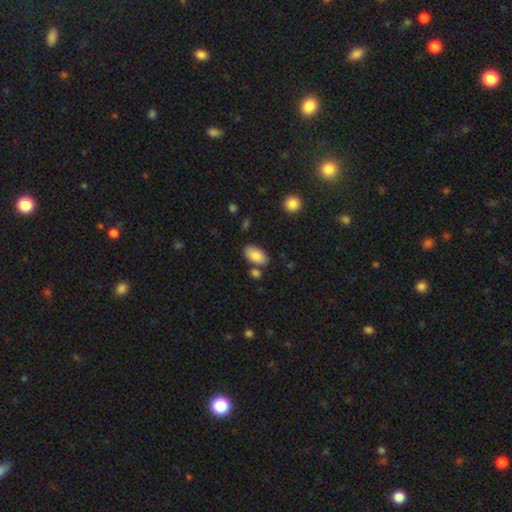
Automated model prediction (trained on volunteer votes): smooth-or-featured: smooth: 84% | featured or disk: 9% | star or artifact: 6%
  how-rounded: in between: 95% | round: 3% | cigar-shaped: 2%
  merging: none: 73% | minor disturbance: 13% | merger: 11% | major disturbance: 3%